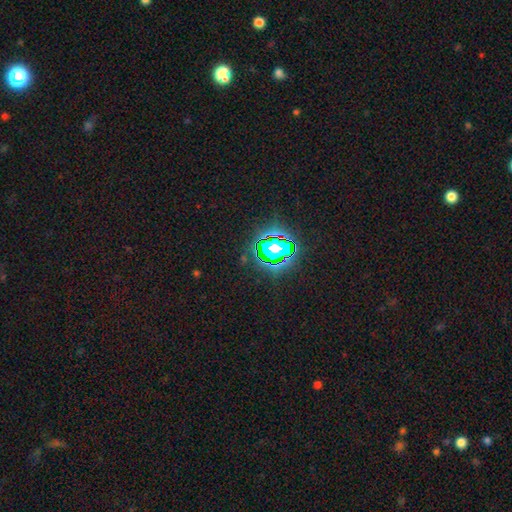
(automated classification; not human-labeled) Smooth or featured? Predicted: star or artifact (p=0.82).